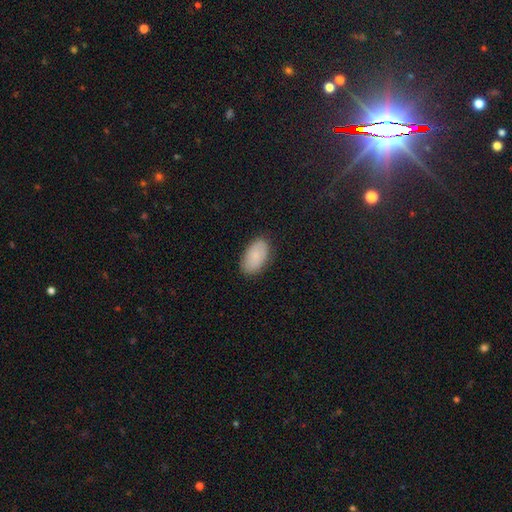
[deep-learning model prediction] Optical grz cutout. It shows a smooth galaxy with no disk features (85%) that is in between round and cigar-shaped (95%). Merging: none (86%).